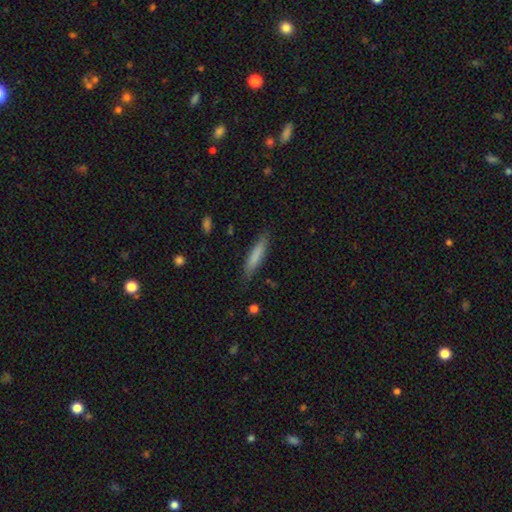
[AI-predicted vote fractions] This is likely a smooth galaxy (78%). How rounded: clearly cigar-shaped (86%). Merging: clearly none (84%).